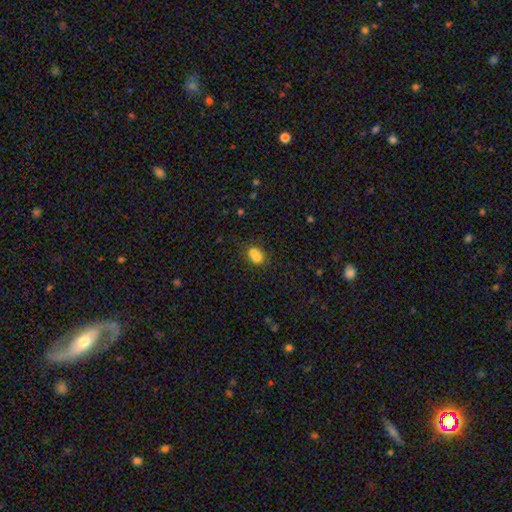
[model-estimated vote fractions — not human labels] This is likely a smooth galaxy (73%). How rounded: possibly in between (50%). Merging: possibly merger (49%).